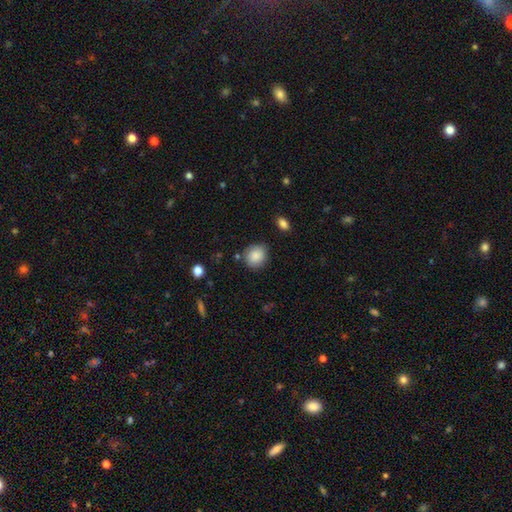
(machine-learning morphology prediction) smooth-or-featured: smooth: 86% | star or artifact: 7% | featured or disk: 7%
  how-rounded: round: 77% | in between: 22% | cigar-shaped: 1%
  merging: none: 80% | minor disturbance: 14% | major disturbance: 3% | merger: 3%